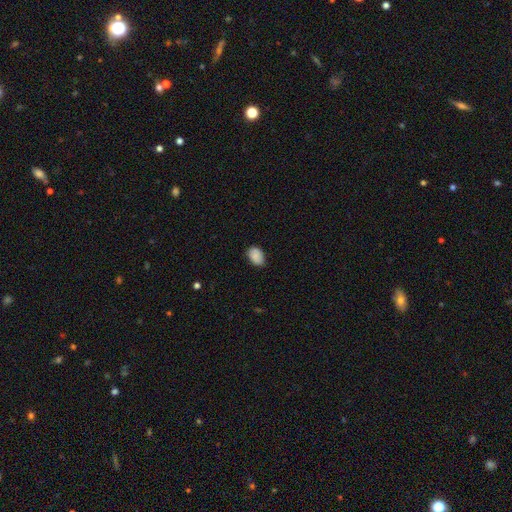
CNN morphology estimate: This is clearly a smooth galaxy (87%). How rounded: clearly in between (85%). Merging: likely none (75%).